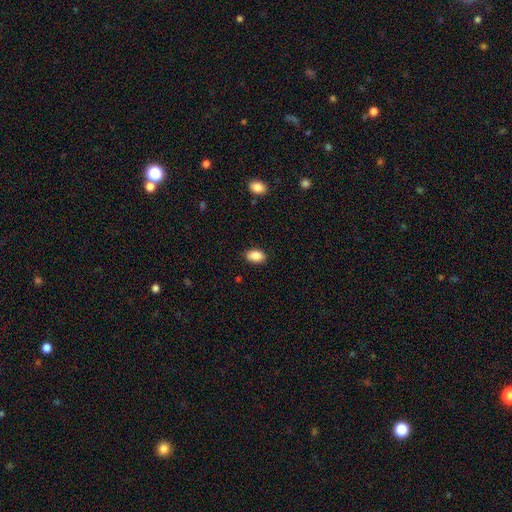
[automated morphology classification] A smooth galaxy with no disk features (88%) that is in between round and cigar-shaped (89%).

Vote fractions:
- Smooth or featured? smooth: 88% / star or artifact: 8% / featured or disk: 4%
- How rounded? in between: 89% / round: 10% / cigar-shaped: 1%
- Merging? none: 86% / minor disturbance: 11% / major disturbance: 2% / merger: 1%